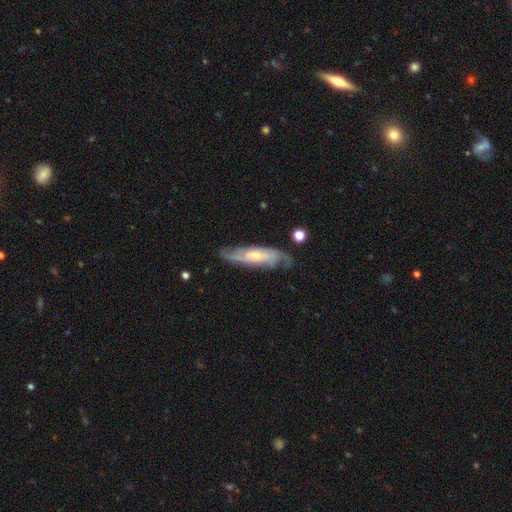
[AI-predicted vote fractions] Morphology: type=featured or disk (77%); edge-on=no (78%); bar=no (57%); spiral arms=yes (92%); winding=medium (42%); arm count=2 (50%); bulge=small (53%); merging=none (70%).